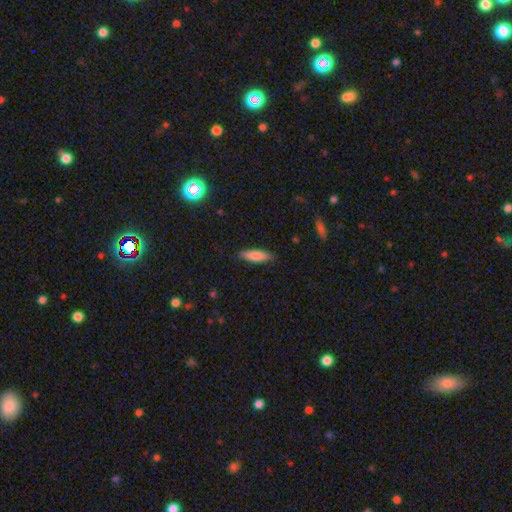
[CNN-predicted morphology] Smooth or featured?
  - smooth: 80% *
  - featured or disk: 14%
  - star or artifact: 6%
How rounded?
  - cigar-shaped: 64% *
  - in between: 34%
  - round: 2%
Merging?
  - none: 86% *
  - minor disturbance: 11%
  - major disturbance: 2%
  - merger: 1%